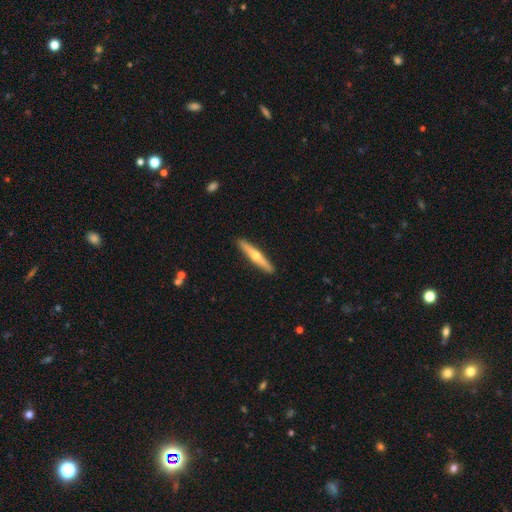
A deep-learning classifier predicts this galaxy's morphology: smooth-or-featured: featured or disk: 59% | smooth: 36% | star or artifact: 5%
  disk-edge-on: yes: 97% | no: 3%
    edge-on-bulge: rounded: 91% | none: 6% | boxy: 2%
  merging: none: 92% | minor disturbance: 6% | major disturbance: 1% | merger: 1%